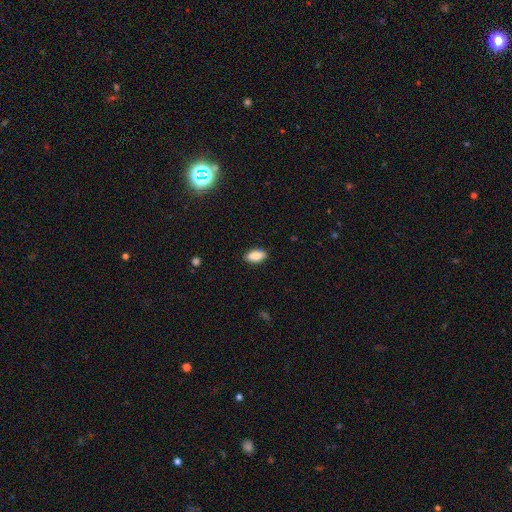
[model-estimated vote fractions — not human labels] A smooth galaxy with no disk features (87%) that is in between round and cigar-shaped (90%).

Vote fractions:
- Smooth or featured? smooth: 87% / star or artifact: 7% / featured or disk: 6%
- How rounded? in between: 90% / cigar-shaped: 7% / round: 3%
- Merging? none: 88% / minor disturbance: 9% / major disturbance: 2% / merger: 1%